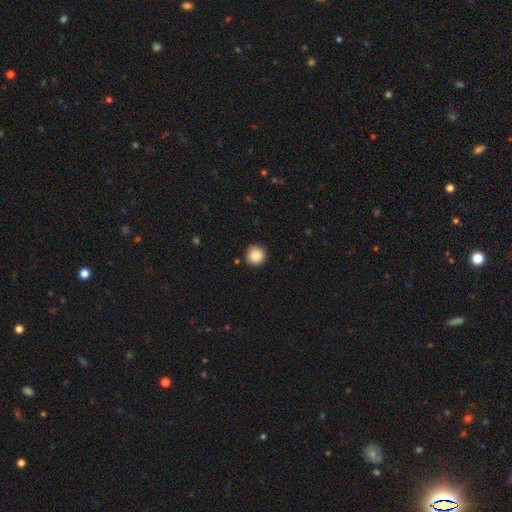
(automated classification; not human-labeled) smooth-or-featured: smooth: 88% | star or artifact: 9% | featured or disk: 3%
  how-rounded: round: 94% | in between: 5% | cigar-shaped: 1%
  merging: none: 88% | minor disturbance: 9% | major disturbance: 2% | merger: 1%